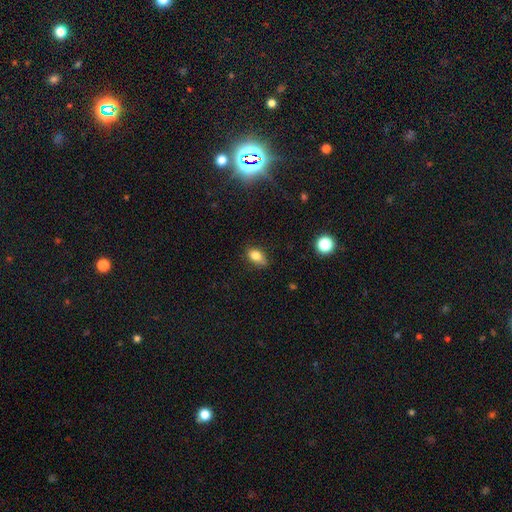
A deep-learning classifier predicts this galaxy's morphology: A smooth galaxy with no disk features (80%) that is in between round and cigar-shaped (83%). Merging: none (71%).